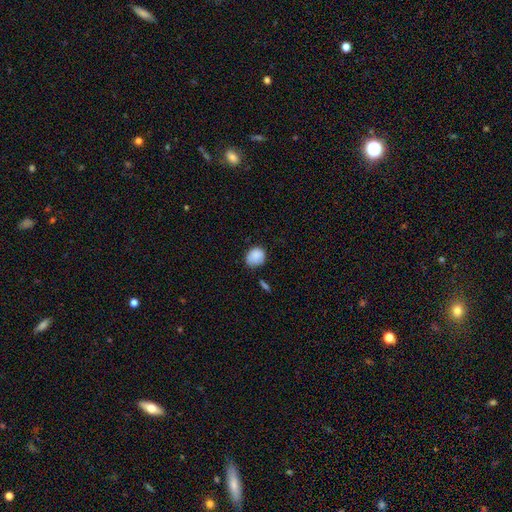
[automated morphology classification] The model was most divided on "how rounded": round: 64%, in between: 35%, cigar-shaped: 1%. More confident: smooth or featured — smooth (86%); merging — none (67%).